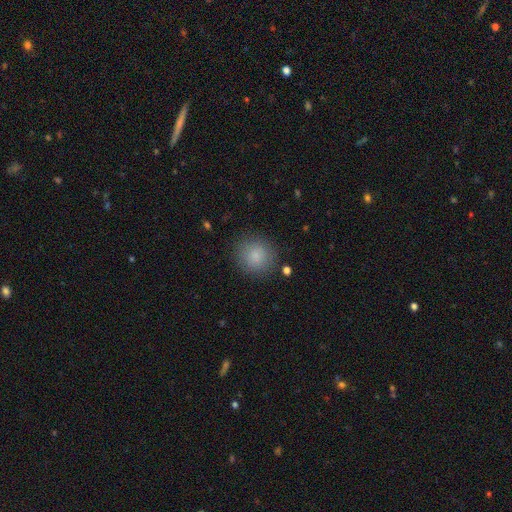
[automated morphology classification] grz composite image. It shows a smooth galaxy with no disk features (84%) that is round (89%). Merging: none (86%).